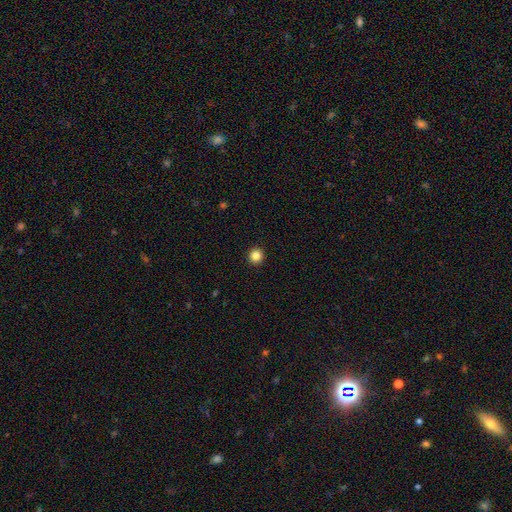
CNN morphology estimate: smooth_or_featured: smooth (p=0.85) [alt: star or artifact p=0.11]
how_rounded: round (p=0.94) [alt: in between p=0.05]
merging: none (p=0.94) [alt: minor disturbance p=0.04]